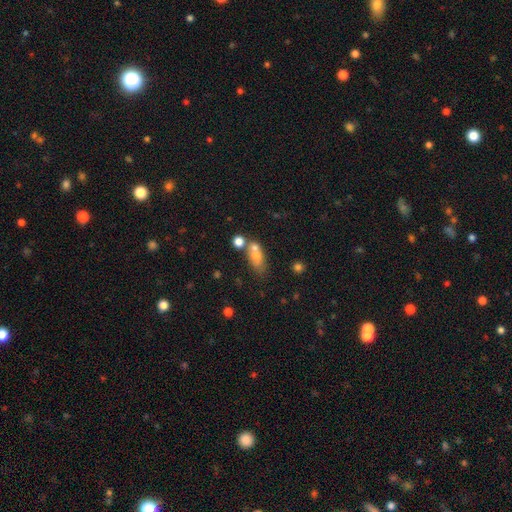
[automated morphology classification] Overall: smooth (68%). How rounded: in between (69%). Merging: none (41%; merger 36%).